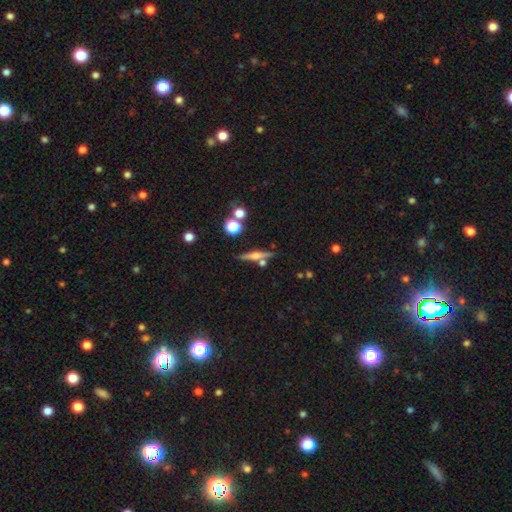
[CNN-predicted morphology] type=featured or disk (58%); edge-on=yes (94%); edge-on bulge=rounded (78%); merging=none (75%).